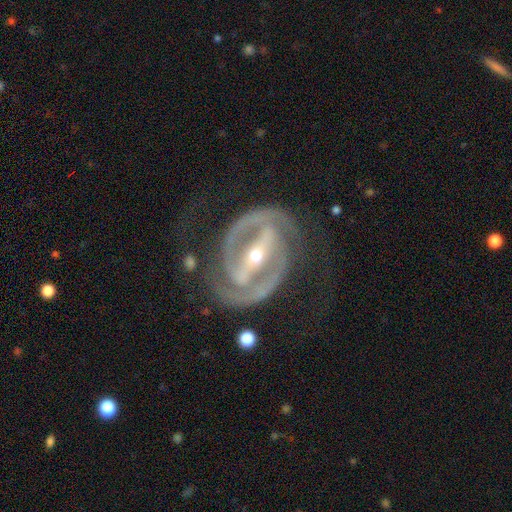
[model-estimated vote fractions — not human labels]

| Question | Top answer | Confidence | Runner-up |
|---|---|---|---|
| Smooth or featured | featured or disk | 92% | star or artifact (5%) |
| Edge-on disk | no | 97% | yes (3%) |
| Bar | strong | 78% | weak (14%) |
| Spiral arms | yes | 96% | no (4%) |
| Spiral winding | medium | 46% | tight (45%) |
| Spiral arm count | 2 | 93% | can't tell (2%) |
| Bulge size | small | 60% | moderate (37%) |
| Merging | none | 75% | minor disturbance (15%) |